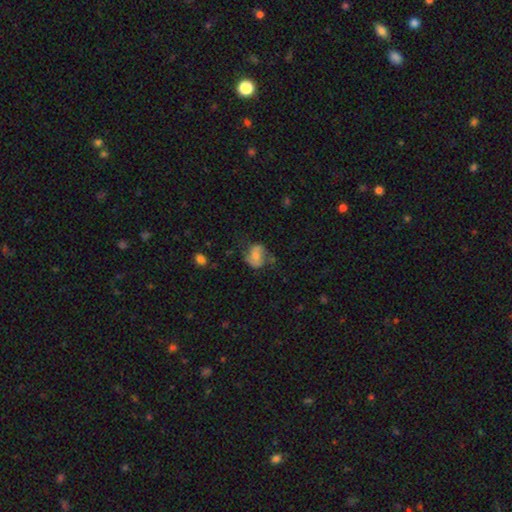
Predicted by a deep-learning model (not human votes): Q: Smooth or featured?
A: smooth (53%); runner-up: featured or disk (38%)
Q: How rounded?
A: in between (59%); runner-up: round (40%)
Q: Merging?
A: none (48%); runner-up: minor disturbance (29%)